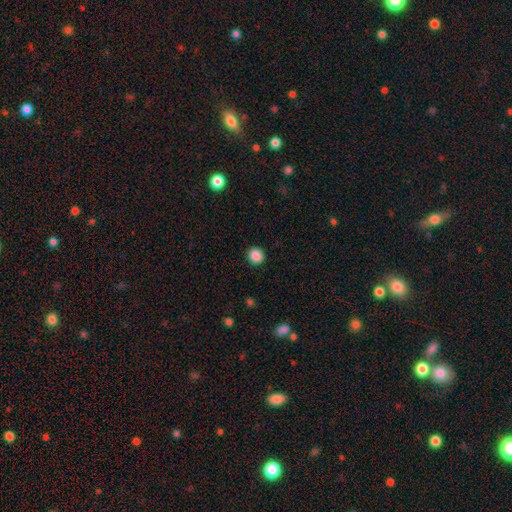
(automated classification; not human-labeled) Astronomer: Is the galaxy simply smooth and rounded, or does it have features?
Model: smooth — 88%.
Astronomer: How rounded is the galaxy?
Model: round — 91%.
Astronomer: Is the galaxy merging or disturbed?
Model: none — 92%.